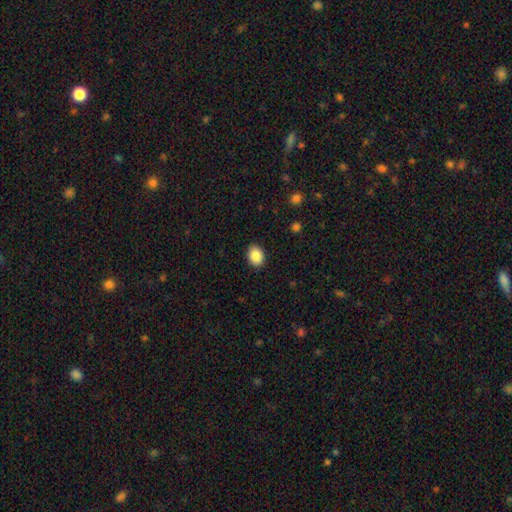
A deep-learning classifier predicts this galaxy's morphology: This is clearly a smooth galaxy (88%). How rounded: likely in between (68%). Merging: clearly none (88%).